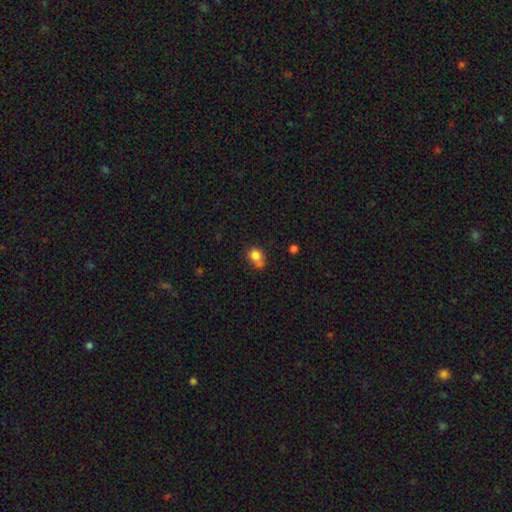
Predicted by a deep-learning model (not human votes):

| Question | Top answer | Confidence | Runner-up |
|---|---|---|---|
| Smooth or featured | smooth | 80% | star or artifact (11%) |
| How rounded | round | 63% | in between (36%) |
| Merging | none | 44% | merger (26%) |